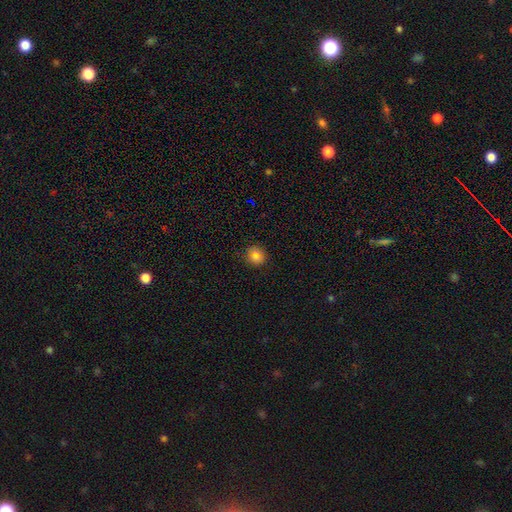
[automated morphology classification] type=smooth (78%); roundness=round (86%); merging=none (82%).